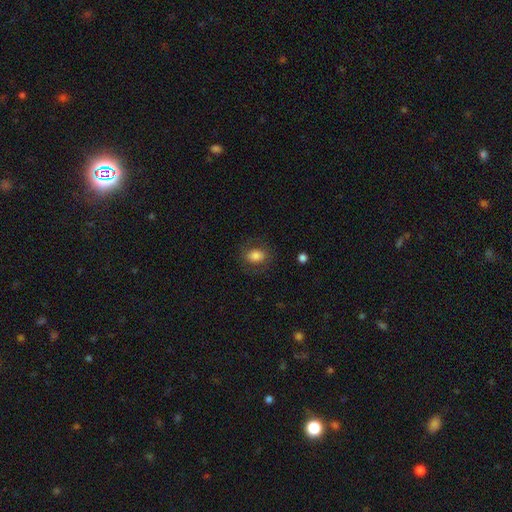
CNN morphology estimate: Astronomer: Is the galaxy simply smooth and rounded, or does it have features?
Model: smooth — 75%.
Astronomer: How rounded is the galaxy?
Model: in between — 59% (runner-up: round, 39%).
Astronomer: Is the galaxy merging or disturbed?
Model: none — 76%.